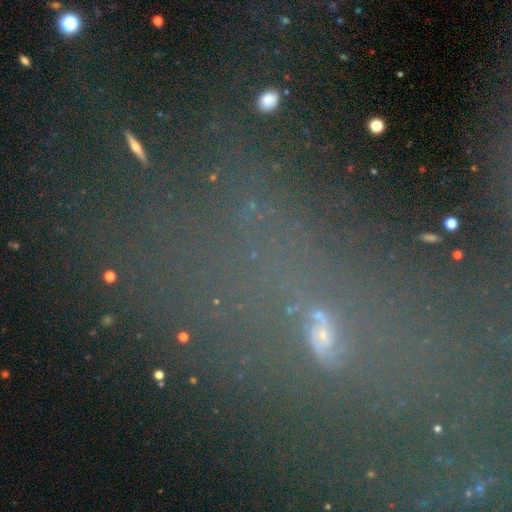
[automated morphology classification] A star or artifact, not a galaxy (56%).